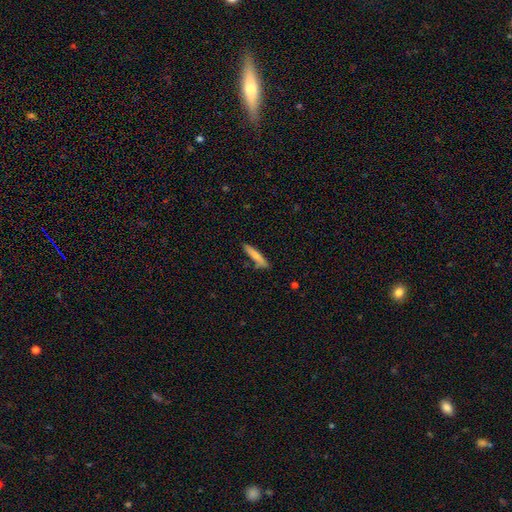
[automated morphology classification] type=smooth (77%); roundness=cigar-shaped (88%); merging=none (76%).